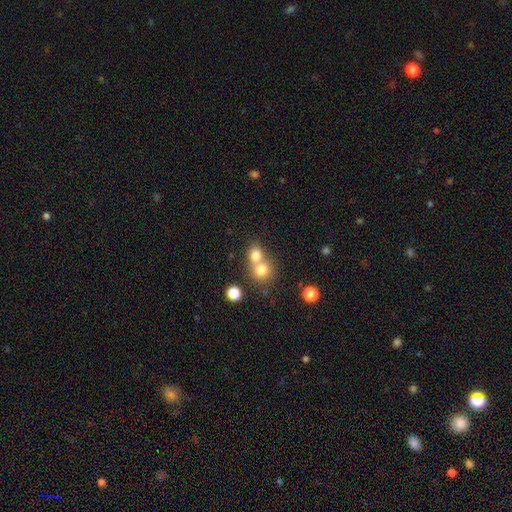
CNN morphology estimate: Smooth or featured? Predicted: smooth (p=0.76). How rounded? Predicted: round (p=0.76). Merging? Predicted: merger (p=0.57).